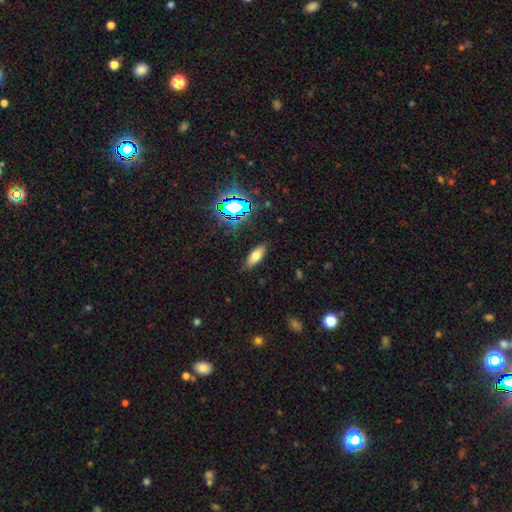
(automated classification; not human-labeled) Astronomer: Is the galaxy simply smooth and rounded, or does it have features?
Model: smooth — 68%.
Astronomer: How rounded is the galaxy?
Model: in between — 75%.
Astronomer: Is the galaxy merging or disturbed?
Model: none — 87%.